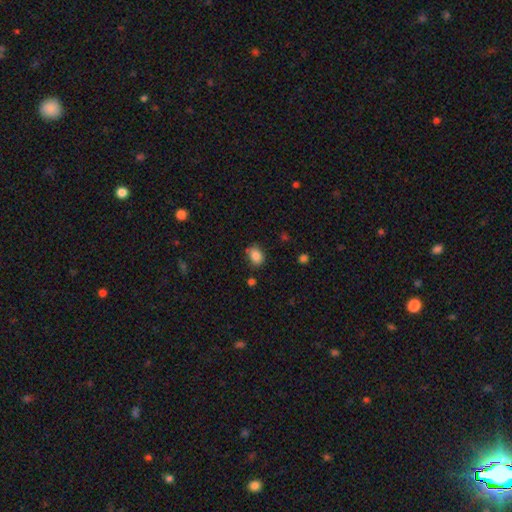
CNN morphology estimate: The model was most divided on "how rounded": in between: 67%, round: 32%, cigar-shaped: 1%. More confident: smooth or featured — smooth (85%); merging — none (69%).